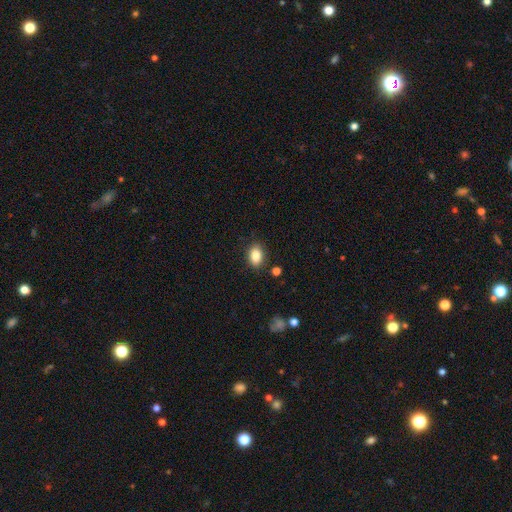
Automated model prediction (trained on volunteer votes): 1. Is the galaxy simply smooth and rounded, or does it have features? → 86% smooth, 9% star or artifact, 6% featured or disk.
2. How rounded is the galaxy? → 81% in between, 17% round, 1% cigar-shaped.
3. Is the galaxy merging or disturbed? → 85% none, 11% minor disturbance, 3% major disturbance, 2% merger.